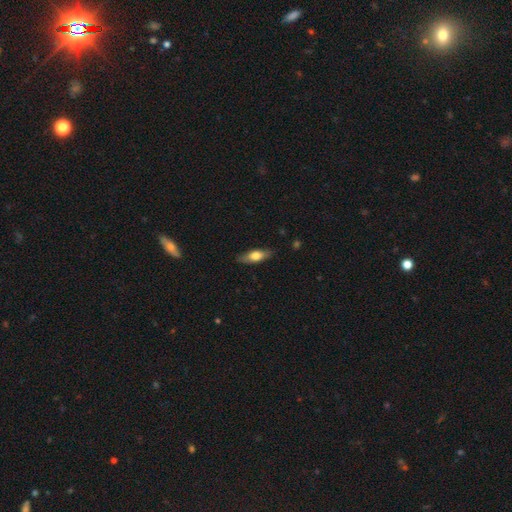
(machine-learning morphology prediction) smooth_or_featured: smooth (p=0.60) [alt: featured or disk p=0.34]
how_rounded: in between (p=0.60) [alt: cigar-shaped p=0.37]
merging: none (p=0.83) [alt: minor disturbance p=0.13]